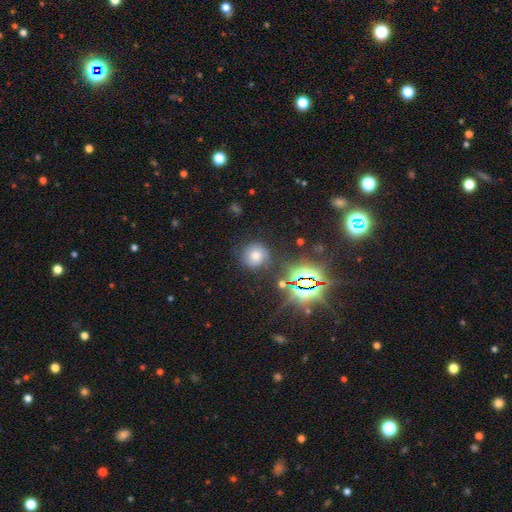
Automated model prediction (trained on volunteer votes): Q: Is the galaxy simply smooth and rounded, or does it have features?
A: smooth — 58%.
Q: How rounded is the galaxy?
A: round — 88%.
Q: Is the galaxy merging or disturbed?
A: none — 78%.